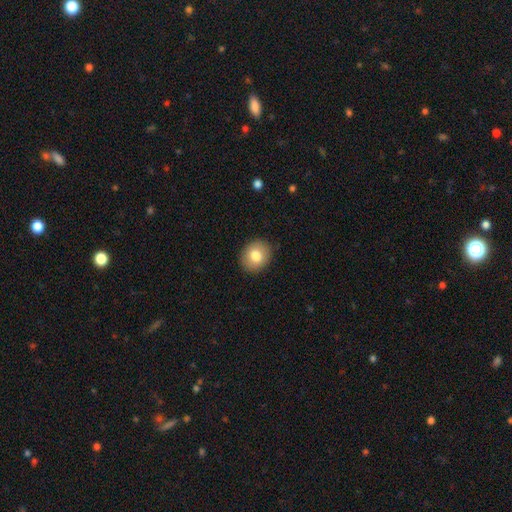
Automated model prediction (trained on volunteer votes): A smooth galaxy with no disk features (79%) that is round (68%).

Vote fractions:
- Smooth or featured? smooth: 79% / featured or disk: 12% / star or artifact: 8%
- How rounded? round: 68% / in between: 31% / cigar-shaped: 1%
- Merging? none: 90% / minor disturbance: 7% / major disturbance: 2% / merger: 1%